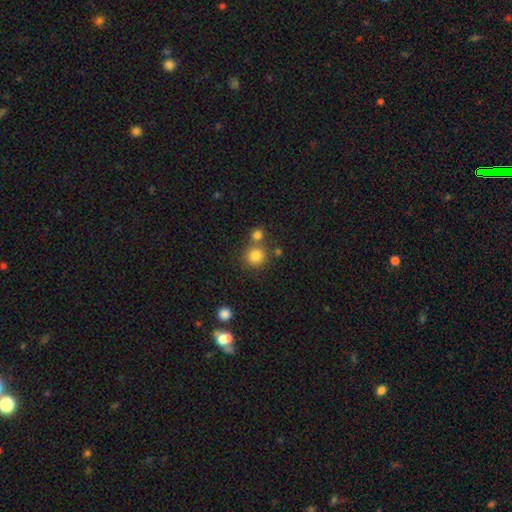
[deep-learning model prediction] This appears to be a smooth galaxy with no disk features (81%) that is round (90%). Merging: none (66%).